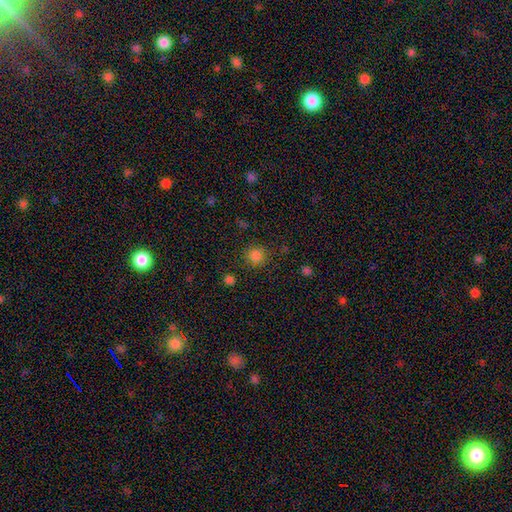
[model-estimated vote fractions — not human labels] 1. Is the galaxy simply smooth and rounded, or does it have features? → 83% smooth, 13% star or artifact, 4% featured or disk.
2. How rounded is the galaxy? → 93% round, 6% in between, 1% cigar-shaped.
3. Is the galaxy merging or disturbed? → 86% none, 9% minor disturbance, 3% major disturbance, 2% merger.